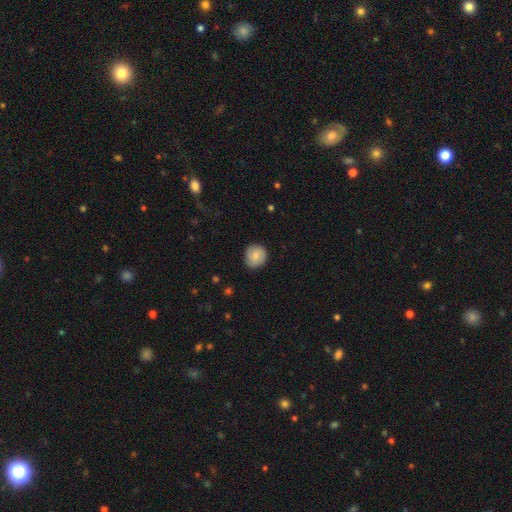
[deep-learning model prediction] A smooth galaxy with no disk features (80%) that is round (88%).

Vote fractions:
- Smooth or featured? smooth: 80% / featured or disk: 13% / star or artifact: 7%
- How rounded? round: 88% / in between: 11% / cigar-shaped: 1%
- Merging? none: 85% / minor disturbance: 11% / major disturbance: 2% / merger: 1%